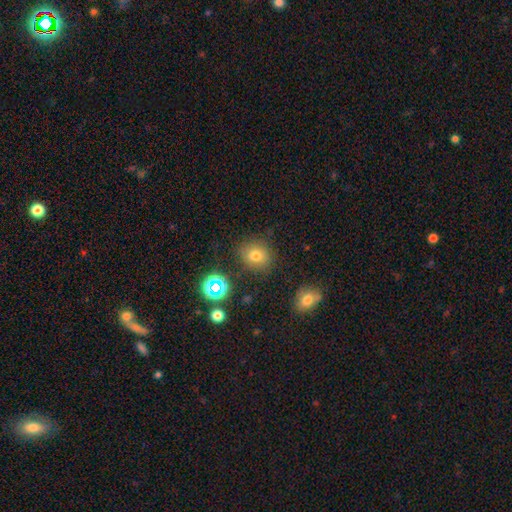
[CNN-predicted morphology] Q: Smooth or featured?
A: smooth (72%); runner-up: star or artifact (19%)
Q: How rounded?
A: round (79%); runner-up: in between (20%)
Q: Merging?
A: none (82%); runner-up: minor disturbance (11%)